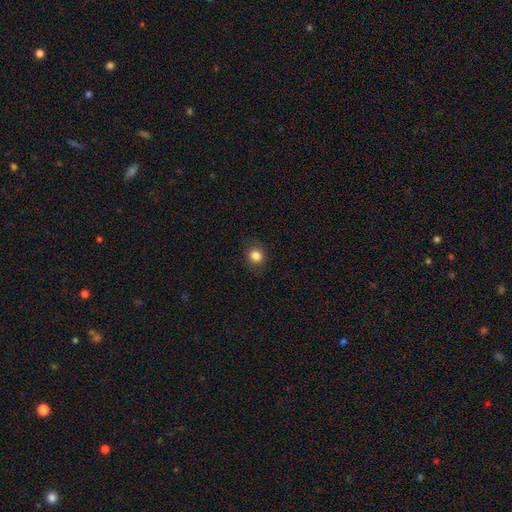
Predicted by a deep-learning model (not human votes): This is clearly a smooth galaxy (83%). How rounded: clearly round (83%). Merging: clearly none (85%).